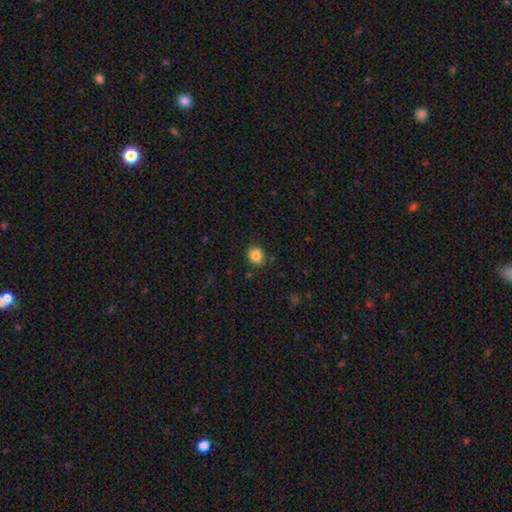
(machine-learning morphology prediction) type=smooth (84%); roundness=round (66%); merging=none (83%).